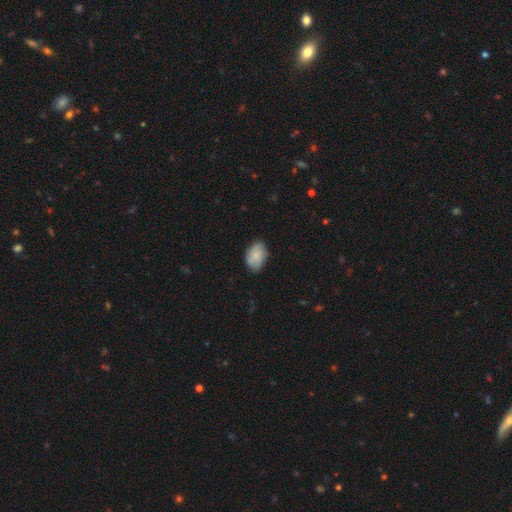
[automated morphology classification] Smooth or featured: smooth — 82% (featured or disk — 12%)
How rounded: in between — 87% (round — 12%)
Merging: none — 75% (minor disturbance — 20%)